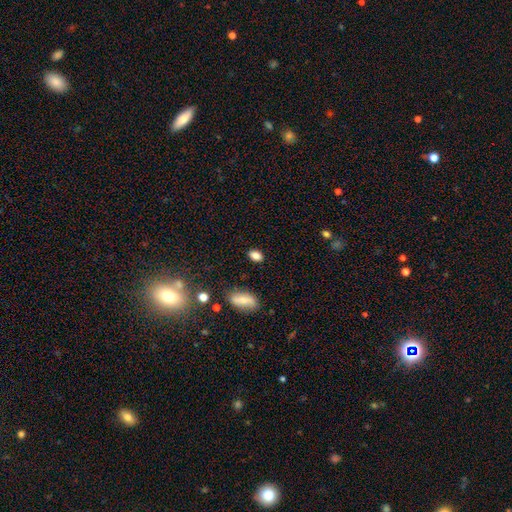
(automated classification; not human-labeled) Morphology: type=smooth (82%); roundness=in between (82%); merging=none (83%).